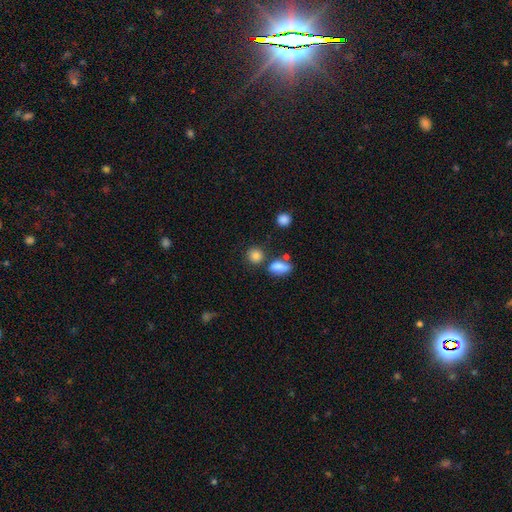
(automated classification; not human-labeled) Smooth or featured? smooth (83%)
How rounded? round (84%)
Merging? none (73%)